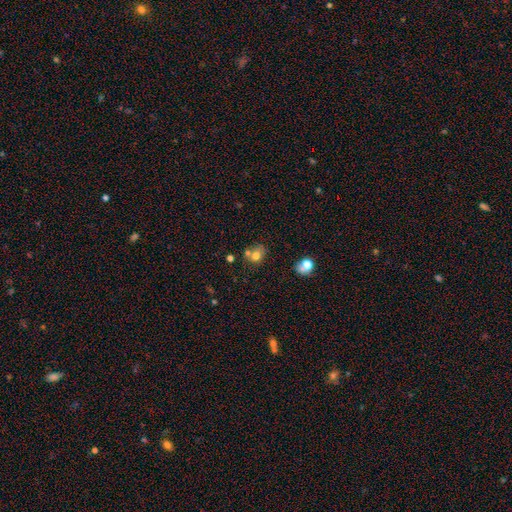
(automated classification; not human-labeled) Morphology: type=smooth (71%); roundness=round (58%); merging=none (45%).